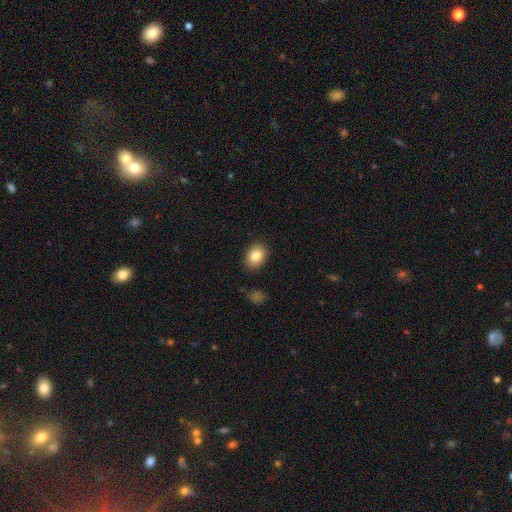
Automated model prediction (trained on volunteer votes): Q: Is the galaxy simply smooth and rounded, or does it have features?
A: smooth — 84%.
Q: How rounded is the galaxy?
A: in between — 61%.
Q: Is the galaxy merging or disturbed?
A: none — 88%.